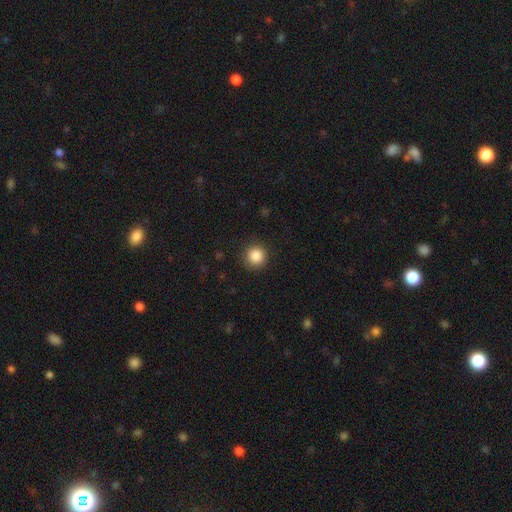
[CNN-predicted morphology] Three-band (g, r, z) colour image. It shows a smooth galaxy with no disk features (87%) that is round (94%). Merging: none (90%).